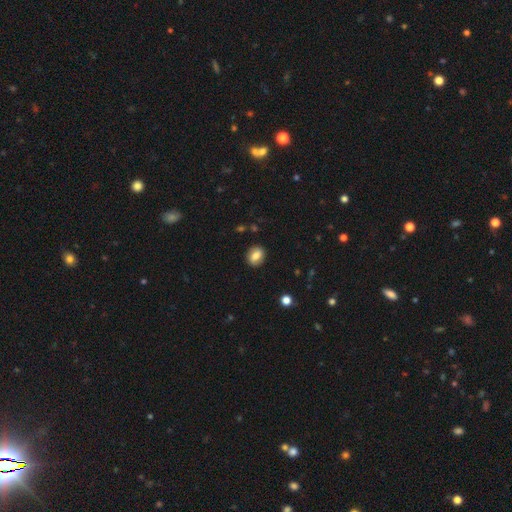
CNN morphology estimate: Overall: smooth (75%). How rounded: round (51%; in between 48%). Merging: none (88%).